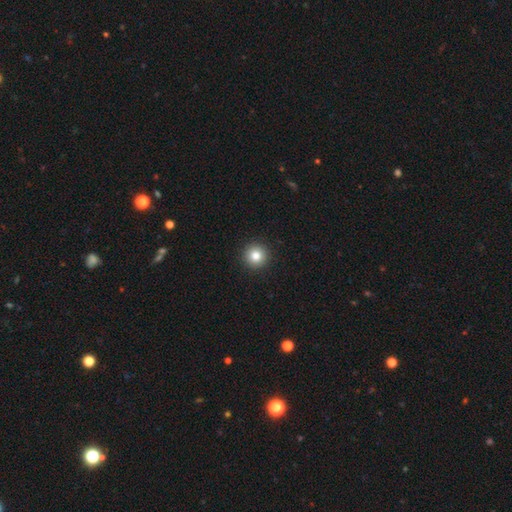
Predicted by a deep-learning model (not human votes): smooth_or_featured: smooth (p=0.83) [alt: star or artifact p=0.11]
how_rounded: round (p=0.96) [alt: in between p=0.03]
merging: none (p=0.93) [alt: minor disturbance p=0.04]